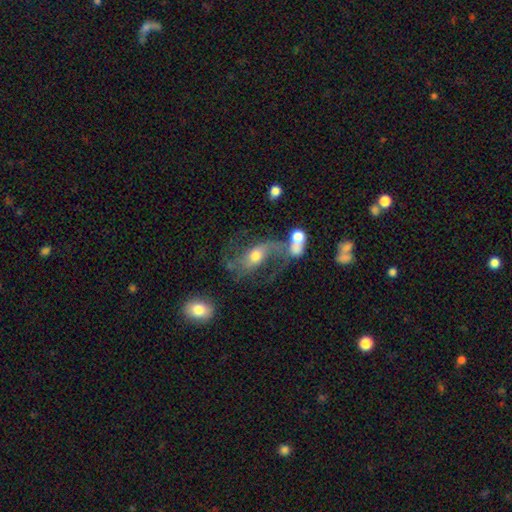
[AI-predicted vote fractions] smooth-or-featured: featured or disk: 71% | smooth: 19% | star or artifact: 9%
  disk-edge-on: no: 94% | yes: 6%
    bar: no: 45% | weak: 38% | strong: 17%
    has-spiral-arms: yes: 83% | no: 17%
      spiral-winding: loose: 67% | medium: 26% | tight: 7%
      spiral-arm-count: 2: 77% | can't tell: 9% | 1: 8% | 3: 3% | 4: 2% | more than 4: 2%
    bulge-size: moderate: 60% | small: 24% | large: 12% | none: 3% | dominant: 2%
  merging: none: 29% | major disturbance: 28% | merger: 28% | minor disturbance: 15%